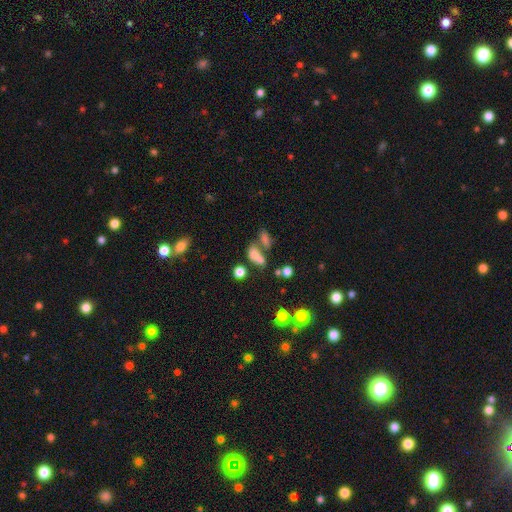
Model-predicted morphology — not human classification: This appears to be a smooth galaxy with no disk features (67%) that is in between round and cigar-shaped (70%). Merging: merger (50%).